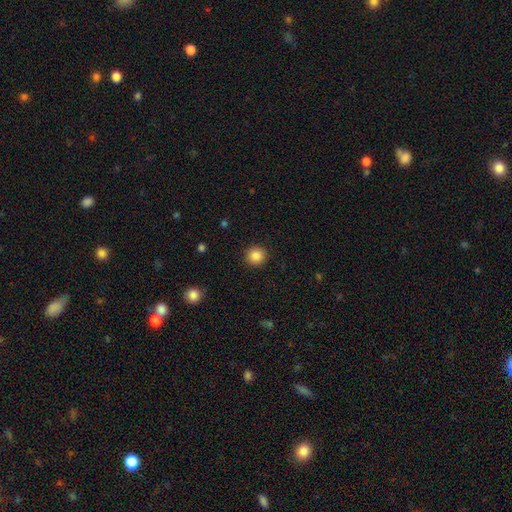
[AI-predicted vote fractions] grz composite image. It shows a smooth galaxy with no disk features (86%) that is round (92%). Merging: none (92%).